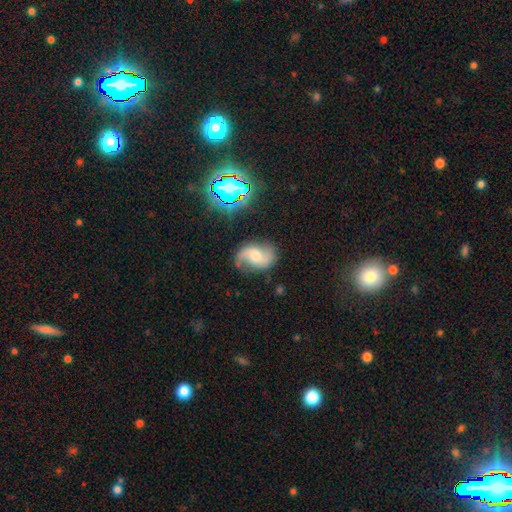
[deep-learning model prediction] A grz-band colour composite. It shows a featured or disk galaxy (76%) with no bar (50%), 2 (87%) loose (47%) spiral arms (95%) and a moderate central bulge (57%). Merging: none (72%).